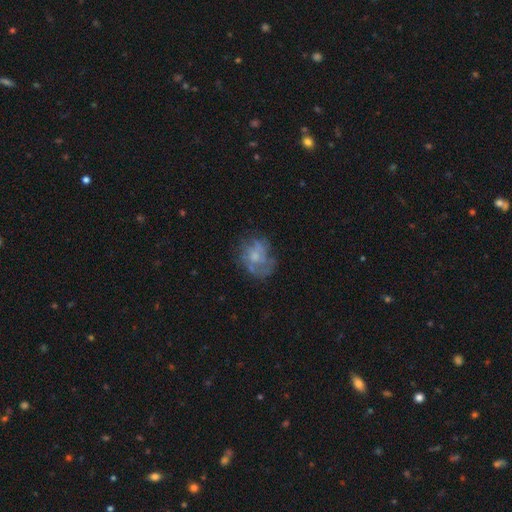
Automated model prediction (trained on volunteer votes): Morphology: type=featured or disk (55%); edge-on=no (98%); bar=no (83%); spiral arms=no (52%); bulge=small (40%, tied with moderate); merging=none (53%).